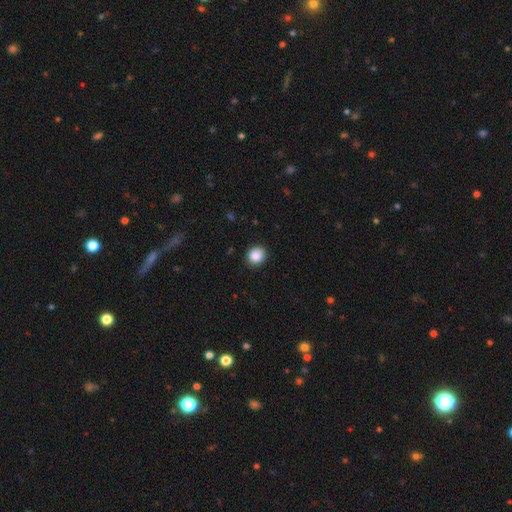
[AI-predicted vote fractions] smooth-or-featured: smooth: 88% | star or artifact: 9% | featured or disk: 3%
  how-rounded: round: 84% | in between: 15% | cigar-shaped: 1%
  merging: none: 89% | minor disturbance: 8% | major disturbance: 2% | merger: 1%